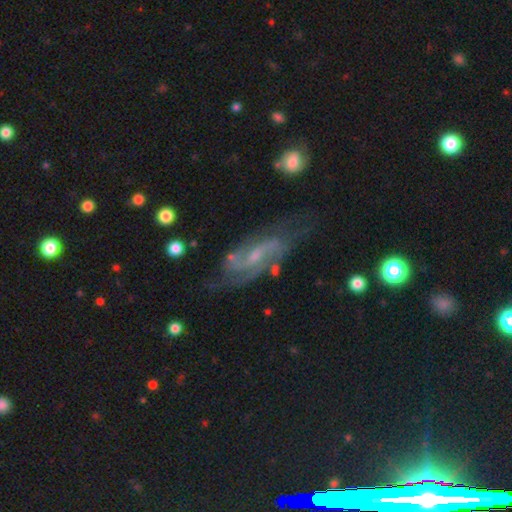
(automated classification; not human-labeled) This is clearly a featured or disk galaxy (84%). It is clearly not viewed edge-on (92%). Bar: possibly weak (50%). Spiral arm pattern: clearly yes (95%). Spiral arm count: likely 2 (67%). Spiral winding: possibly medium (50%). Central bulge: possibly small (59%). Merging: likely none (62%).